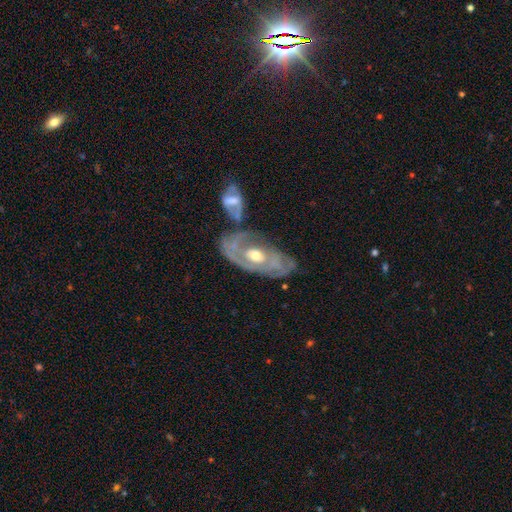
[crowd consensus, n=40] This is clearly a featured or disk galaxy (80%). It is clearly not viewed edge-on (94%). Bar: clearly no (83%). Spiral arm pattern: clearly yes (83%). Spiral arm count: marginally 2 (36%). Spiral winding: likely tight (60%). Central bulge: clearly moderate (87%). Merging: marginally merger (32%).